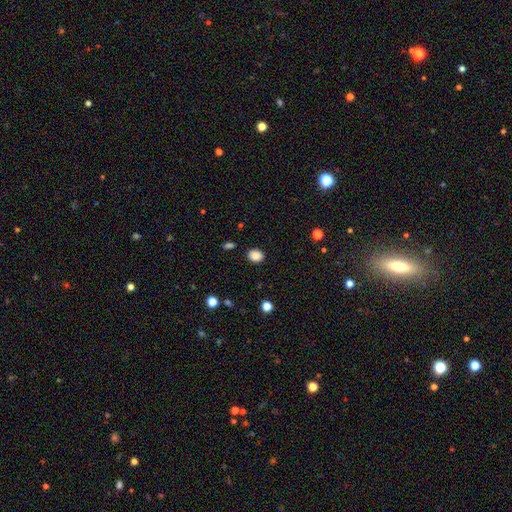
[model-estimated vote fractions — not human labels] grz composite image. It shows a smooth galaxy with no disk features (85%) that is round (55%). Merging: none (88%).